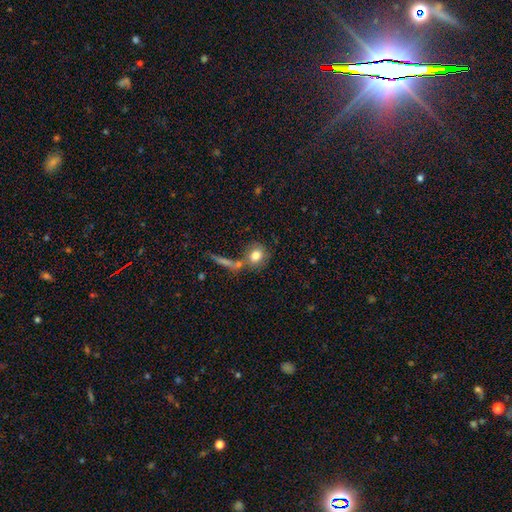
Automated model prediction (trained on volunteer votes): This appears to be a smooth galaxy with no disk features (78%) that is round (76%). Merging: none (60%).